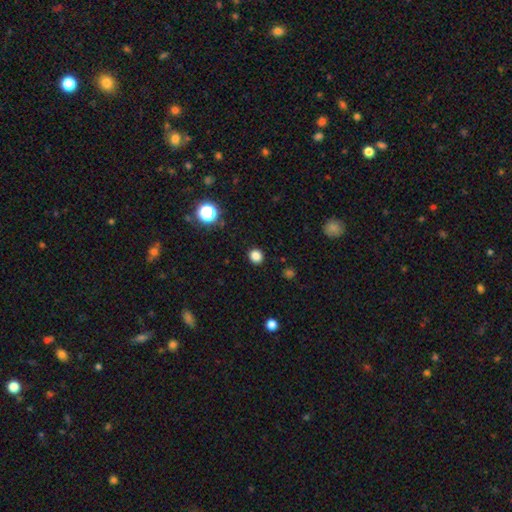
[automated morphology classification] smooth 83%, star or artifact 13%, featured or disk 3%. Down the decision tree: how rounded — round (84%); merging — none (91%).